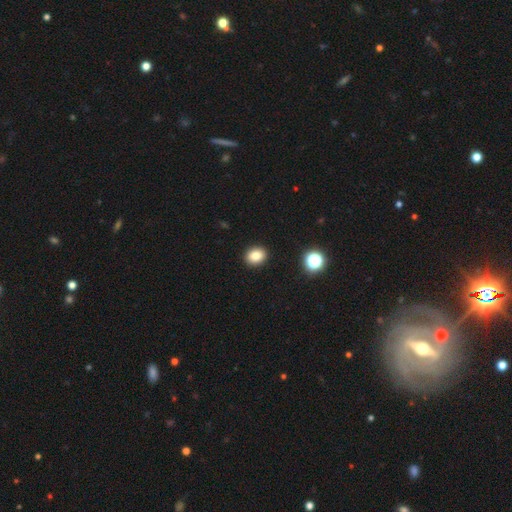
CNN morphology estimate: type=smooth (83%); roundness=round (52%); merging=none (91%).